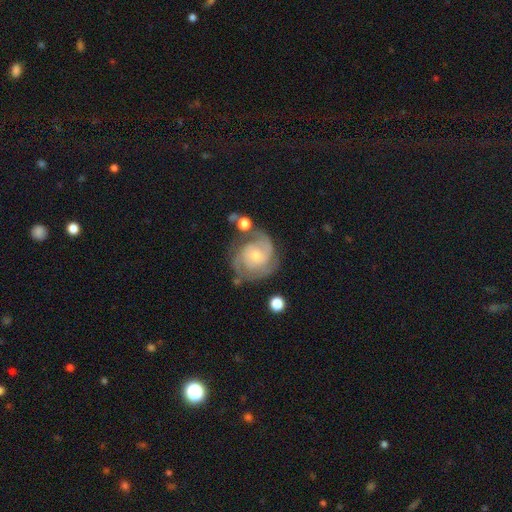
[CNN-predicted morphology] smooth_or_featured: featured or disk (p=0.82) [alt: smooth p=0.12]
disk_edge_on: no (p=0.98) [alt: yes p=0.02]
bar: no (p=0.69) [alt: weak p=0.26]
has_spiral_arms: yes (p=0.95) [alt: no p=0.05]
spiral_winding: tight (p=0.54) [alt: medium p=0.37]
spiral_arm_count: 2 (p=0.45) [alt: 3 p=0.24]
bulge_size: small (p=0.56) [alt: moderate p=0.38]
merging: none (p=0.58) [alt: minor disturbance p=0.21]